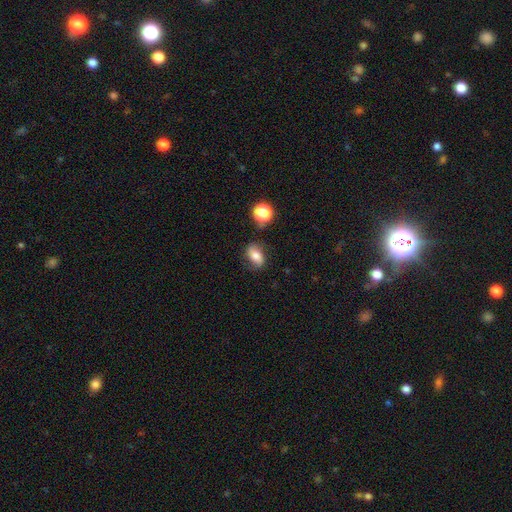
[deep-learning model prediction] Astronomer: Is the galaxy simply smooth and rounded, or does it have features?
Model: smooth — 53% (runner-up: featured or disk, 36%).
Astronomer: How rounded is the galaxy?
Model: in between — 76%.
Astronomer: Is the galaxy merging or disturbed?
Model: none — 72%.